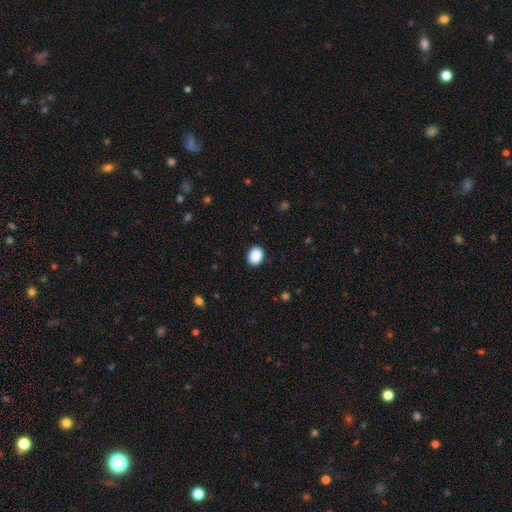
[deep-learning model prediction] smooth 90%, star or artifact 8%, featured or disk 2%. Down the decision tree: how rounded — in between (57%); merging — none (90%).